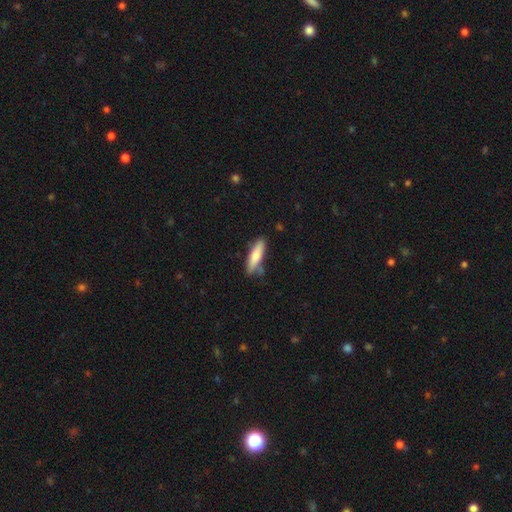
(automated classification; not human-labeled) smooth-or-featured: smooth: 75% | featured or disk: 20% | star or artifact: 6%
  how-rounded: cigar-shaped: 70% | in between: 28% | round: 2%
  merging: none: 75% | minor disturbance: 17% | merger: 5% | major disturbance: 3%